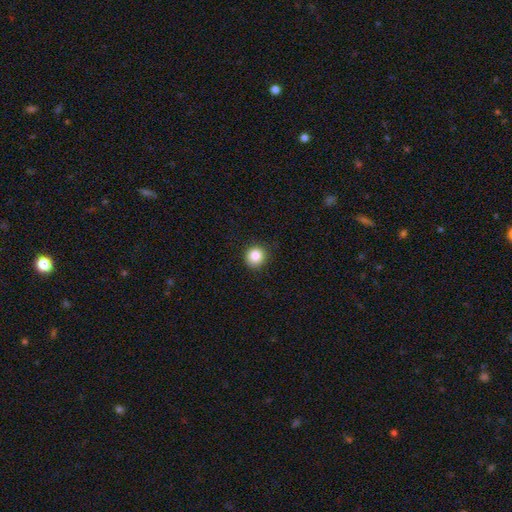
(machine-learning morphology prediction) Overall: smooth (87%). How rounded: round (90%). Merging: none (89%).